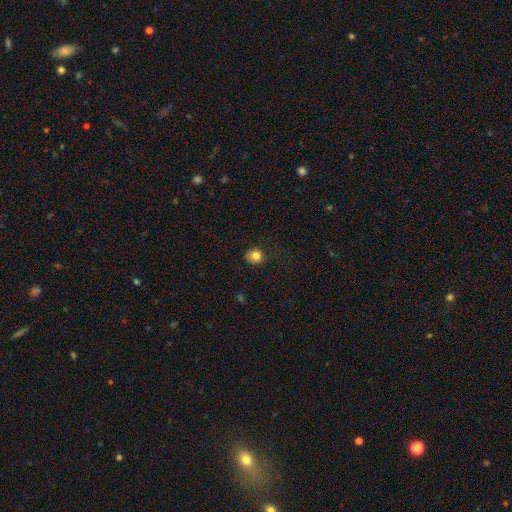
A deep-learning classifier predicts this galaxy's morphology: Smooth or featured? Predicted: smooth (p=0.83). How rounded? Predicted: round (p=0.83). Merging? Predicted: none (p=0.81).